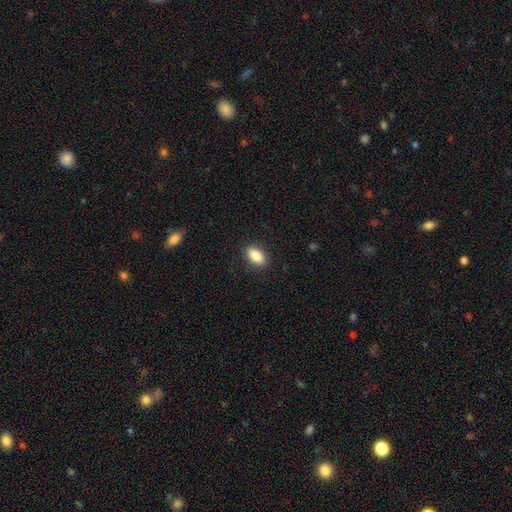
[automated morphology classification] smooth 87%, star or artifact 7%, featured or disk 6%. Down the decision tree: how rounded — in between (89%); merging — none (88%).